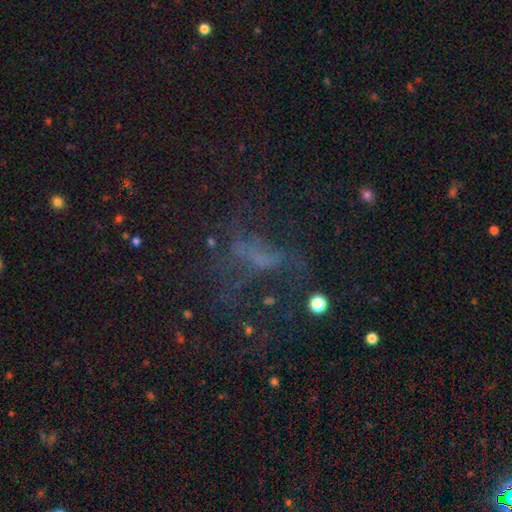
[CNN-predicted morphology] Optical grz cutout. It shows a featured or disk galaxy (39%). Merging: none (43%).